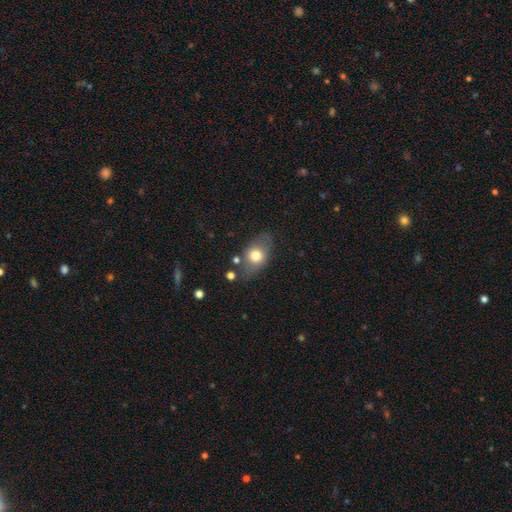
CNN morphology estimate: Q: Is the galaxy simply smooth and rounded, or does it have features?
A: smooth — 70%.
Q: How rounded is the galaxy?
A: in between — 78%.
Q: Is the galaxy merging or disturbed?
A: none — 72%.